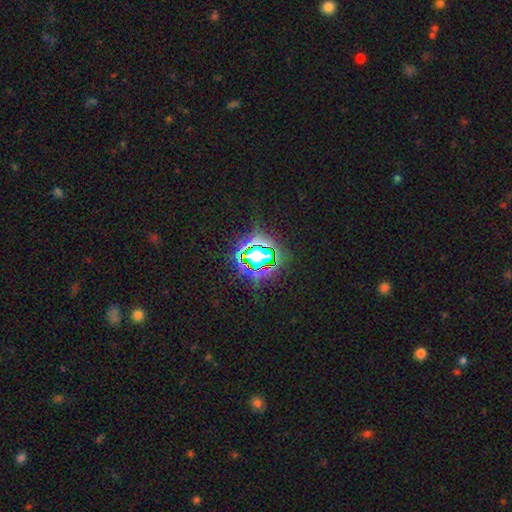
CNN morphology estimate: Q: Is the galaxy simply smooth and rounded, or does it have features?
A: star or artifact — 74%.